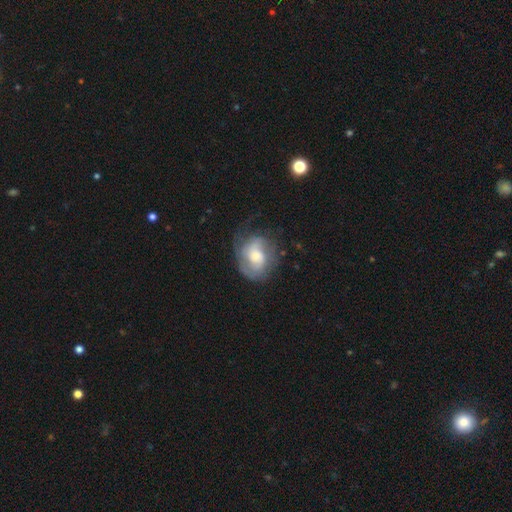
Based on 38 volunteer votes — Smooth or featured: featured or disk — 61% (smooth — 34%)
Edge-on disk: no — 100%
Bar: no — 78% (weak — 17%)
Spiral arms: yes — 91% (no — 9%)
Spiral winding: medium — 52% (loose — 33%)
Spiral arm count: can't tell — 43% (2 — 38%)
Bulge size: moderate — 57% (large — 22%)
Merging: major disturbance — 47% (none — 25%)